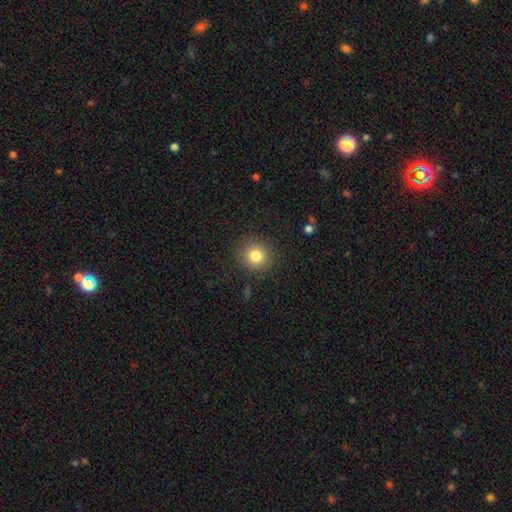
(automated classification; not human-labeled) A smooth galaxy with no disk features (81%) that is round (90%). Merging: none (89%).